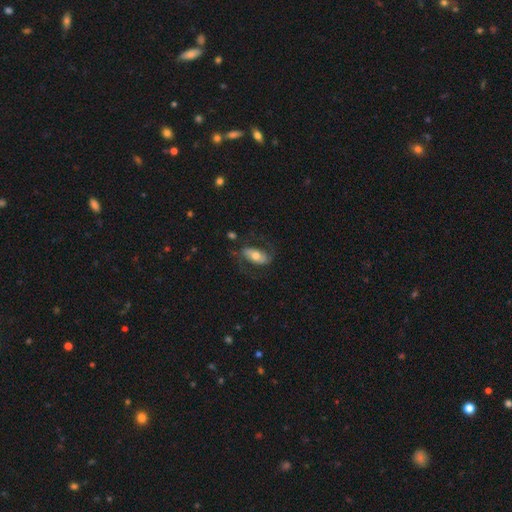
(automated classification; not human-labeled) The model was most divided on "smooth or featured": featured or disk: 53%, smooth: 40%, star or artifact: 7%. More confident: edge-on disk — no (91%); merging — none (61%).